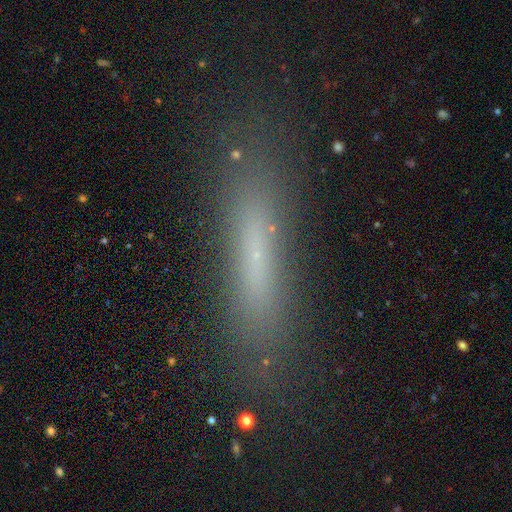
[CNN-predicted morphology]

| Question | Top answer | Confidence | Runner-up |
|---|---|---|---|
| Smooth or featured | smooth | 59% | featured or disk (24%) |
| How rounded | cigar-shaped | 87% | in between (11%) |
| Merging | none | 82% | minor disturbance (12%) |